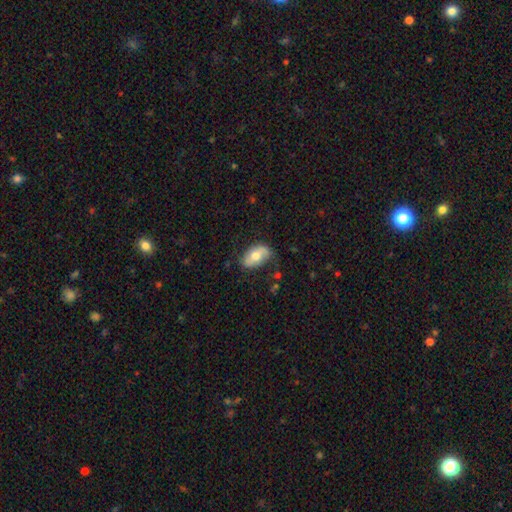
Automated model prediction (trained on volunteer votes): Morphology: type=smooth (62%); roundness=in between (91%); merging=none (73%).